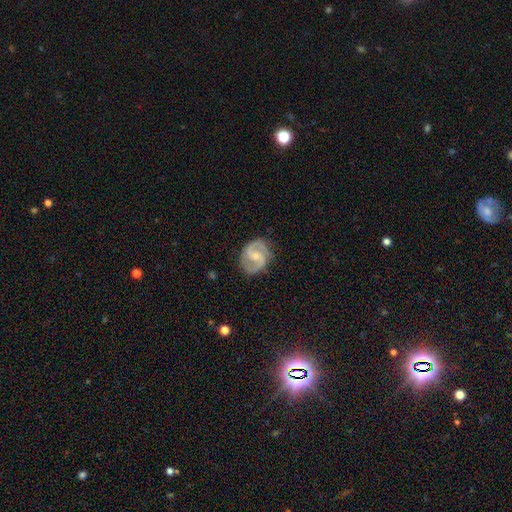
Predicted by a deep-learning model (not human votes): A featured or disk galaxy (89%) with a weak bar (47%), 2 (93%) medium (59%) spiral arms (98%) and a small central bulge (43%). Merging: none (81%).